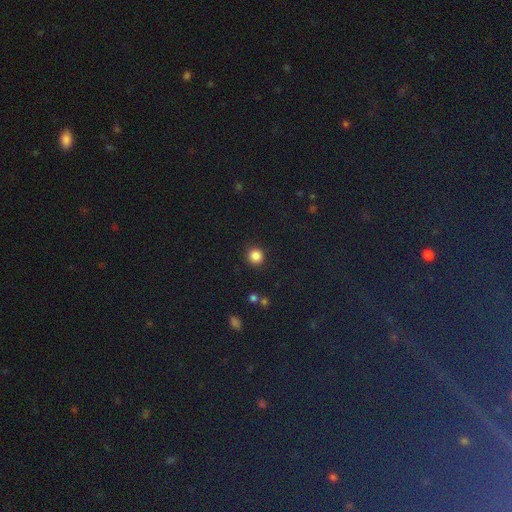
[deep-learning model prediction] Smooth or featured? Predicted: smooth (p=0.85). How rounded? Predicted: round (p=0.93). Merging? Predicted: none (p=0.91).